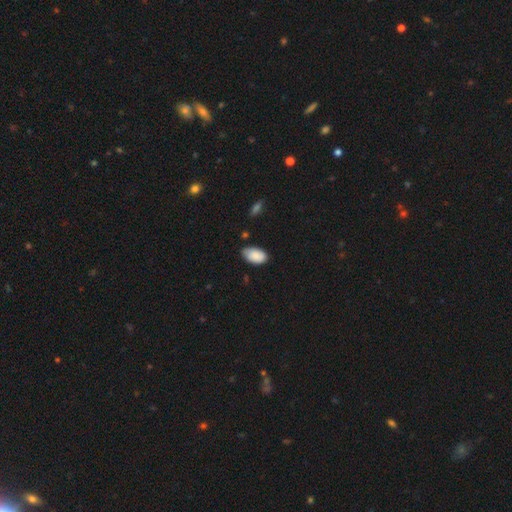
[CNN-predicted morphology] Smooth or featured?
  - smooth: 87% *
  - featured or disk: 7%
  - star or artifact: 6%
How rounded?
  - in between: 95% *
  - round: 4%
  - cigar-shaped: 1%
Merging?
  - none: 66% *
  - minor disturbance: 28%
  - major disturbance: 4%
  - merger: 2%